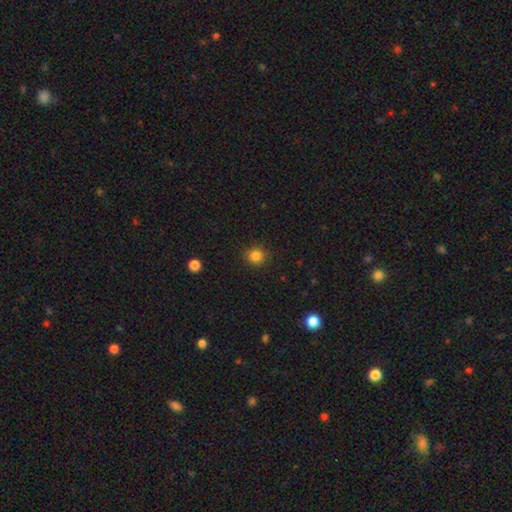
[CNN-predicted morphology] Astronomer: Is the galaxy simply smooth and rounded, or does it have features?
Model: smooth — 84%.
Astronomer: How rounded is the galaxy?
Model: round — 89%.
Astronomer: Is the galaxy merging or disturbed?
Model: none — 89%.